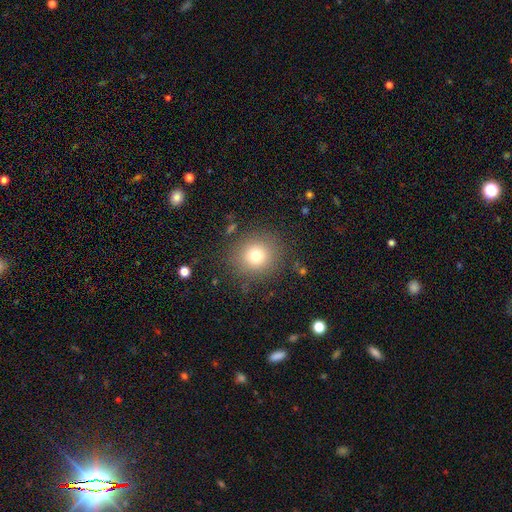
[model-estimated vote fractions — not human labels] Smooth or featured?
  - smooth: 75% *
  - star or artifact: 14%
  - featured or disk: 11%
How rounded?
  - round: 90% *
  - in between: 9%
  - cigar-shaped: 1%
Merging?
  - none: 85% *
  - minor disturbance: 9%
  - major disturbance: 4%
  - merger: 2%